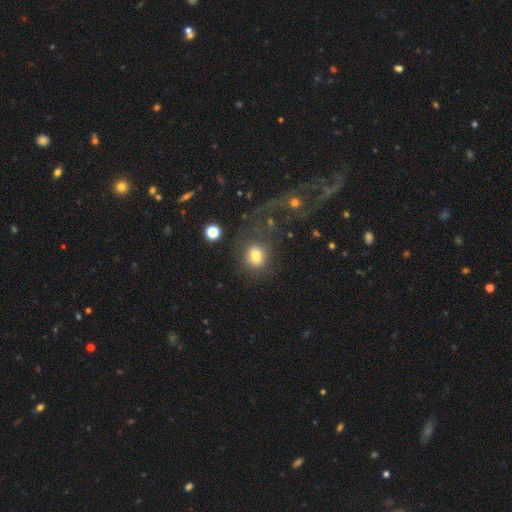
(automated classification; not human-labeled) Smooth or featured? smooth (77%)
How rounded? round (70%)
Merging? none (61%)